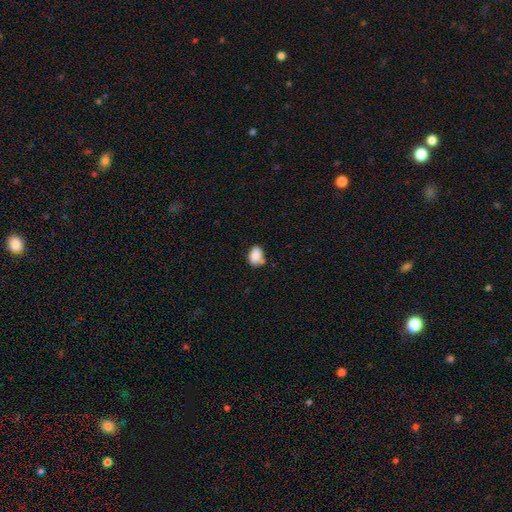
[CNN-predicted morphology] smooth_or_featured: smooth (p=0.85) [alt: star or artifact p=0.09]
how_rounded: in between (p=0.76) [alt: round p=0.22]
merging: none (p=0.62) [alt: minor disturbance p=0.23]